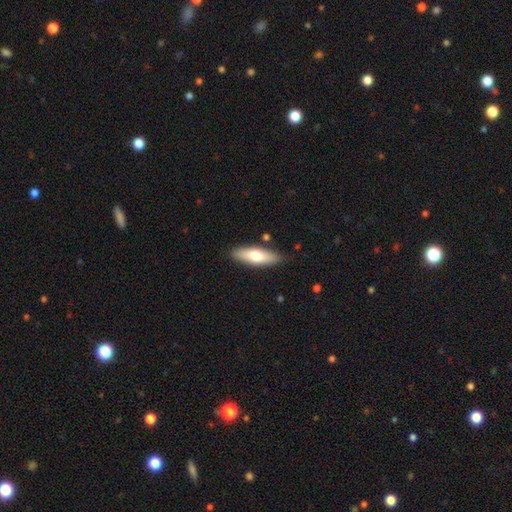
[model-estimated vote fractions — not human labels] Smooth or featured? smooth (68%)
How rounded? in between (54%)
Merging? none (83%)